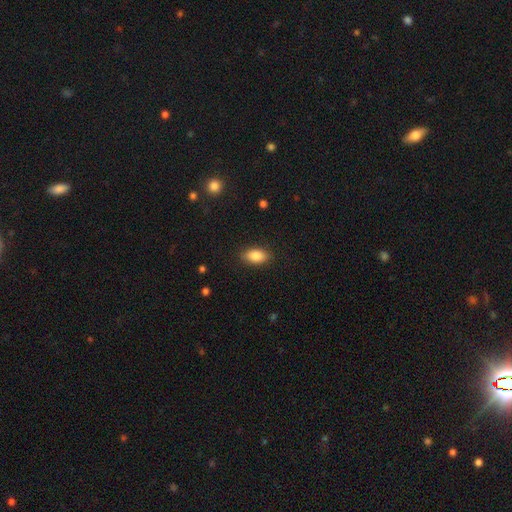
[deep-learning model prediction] Smooth or featured: smooth — 86% (star or artifact — 7%)
How rounded: in between — 91% (round — 5%)
Merging: none — 87% (minor disturbance — 10%)